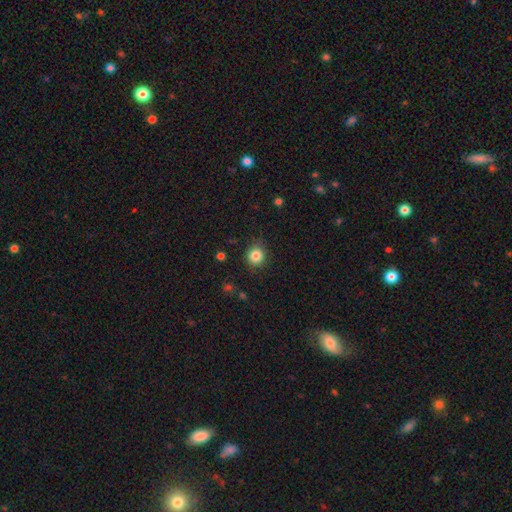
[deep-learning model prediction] Morphology: type=smooth (84%); roundness=round (87%); merging=none (85%).